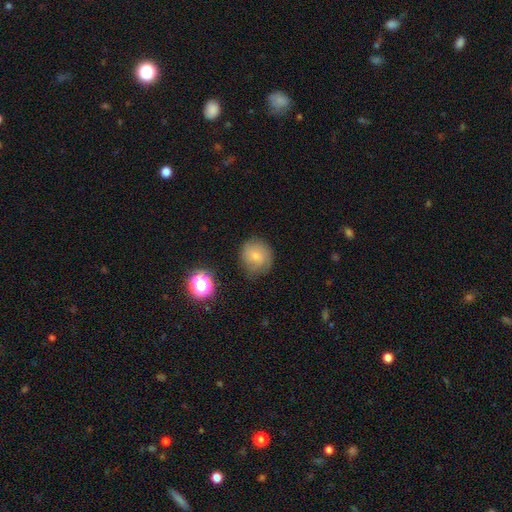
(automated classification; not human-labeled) This appears to be a smooth galaxy with no disk features (72%) that is round (85%). Merging: none (72%).